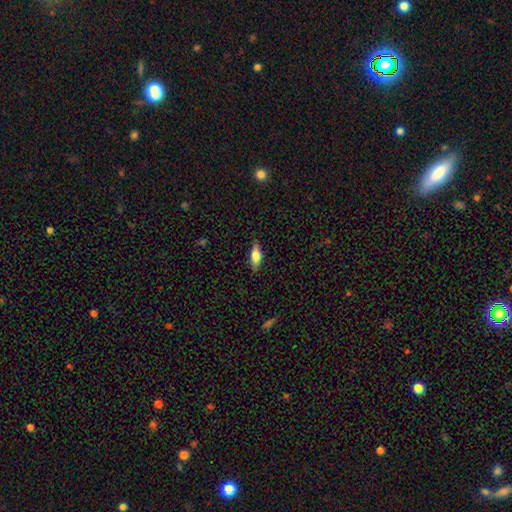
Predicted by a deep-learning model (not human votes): Morphology: type=smooth (70%); roundness=in between (72%); merging=none (86%).